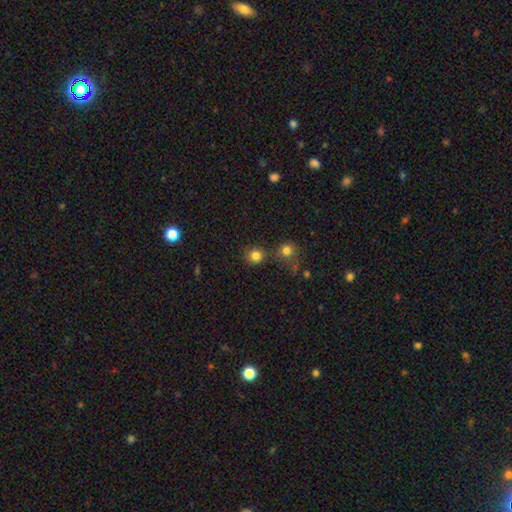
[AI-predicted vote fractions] smooth 81%, star or artifact 14%, featured or disk 6%. Down the decision tree: how rounded — round (90%); merging — none (71%).